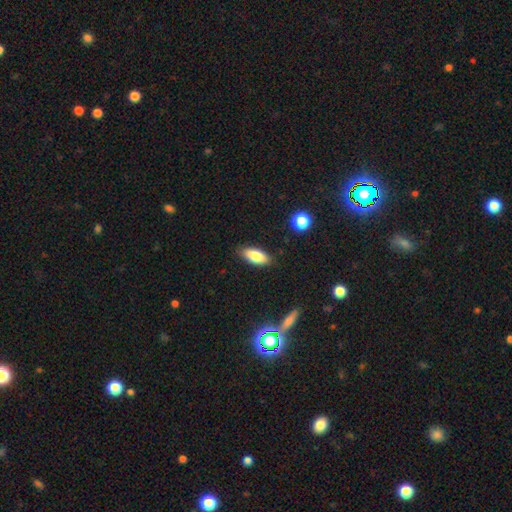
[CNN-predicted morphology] The model was most divided on "how rounded": in between: 83%, cigar-shaped: 14%, round: 2%. More confident: merging — none (86%); smooth or featured — smooth (82%).